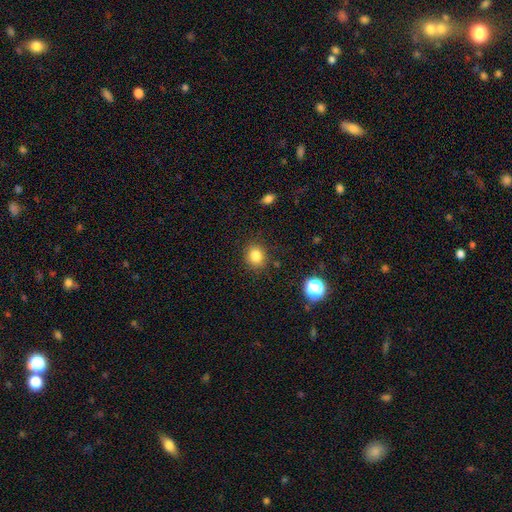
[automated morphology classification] type=smooth (82%); roundness=round (72%); merging=none (86%).